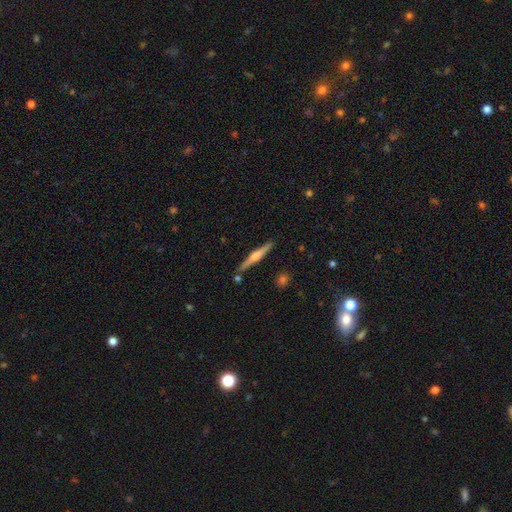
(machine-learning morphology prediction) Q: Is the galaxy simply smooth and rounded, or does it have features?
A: featured or disk — 63%.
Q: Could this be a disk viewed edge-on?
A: yes — 98%.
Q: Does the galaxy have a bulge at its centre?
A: rounded — 67%.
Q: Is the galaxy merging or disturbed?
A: none — 87%.